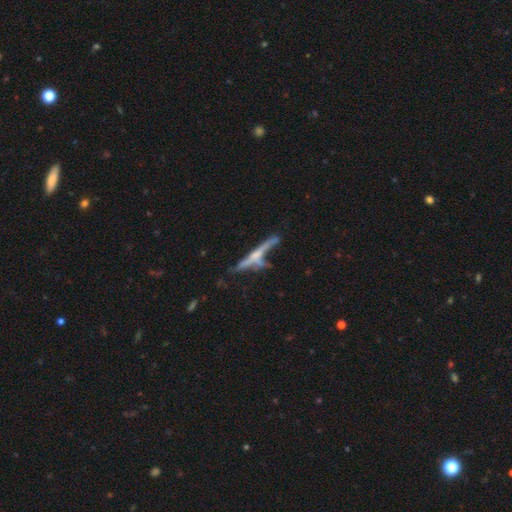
smooth_or_featured: featured or disk (p=0.71) [alt: smooth p=0.21]
disk_edge_on: yes (p=0.96) [alt: no p=0.04]
edge_on_bulge: rounded (p=0.42) [alt: none p=0.31]
merging: minor disturbance (p=0.46) [alt: none p=0.26]